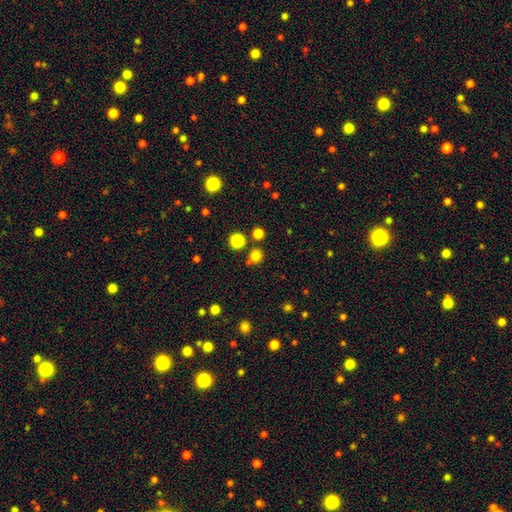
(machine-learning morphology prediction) Overall: smooth (78%). How rounded: round (91%). Merging: none (79%).